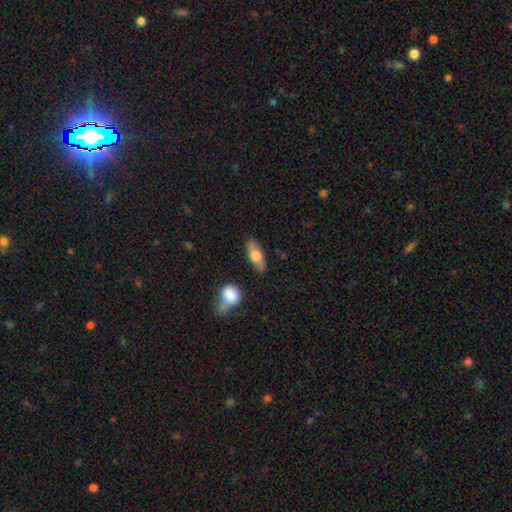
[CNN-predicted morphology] Overall: smooth (66%; featured or disk 28%). How rounded: in between (76%). Merging: none (80%).